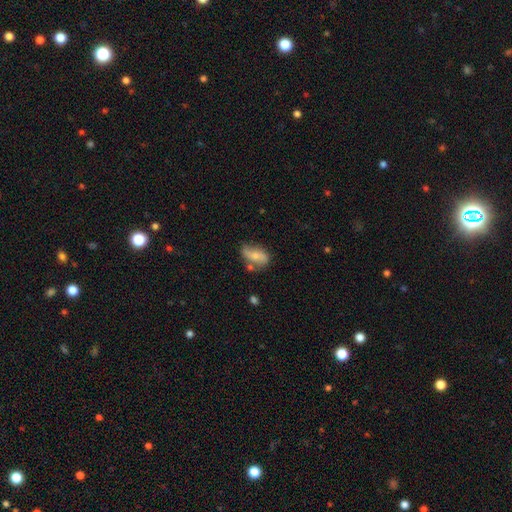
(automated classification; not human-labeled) This appears to be a smooth galaxy with no disk features (54%) that is in between round and cigar-shaped (83%). Merging: none (54%).